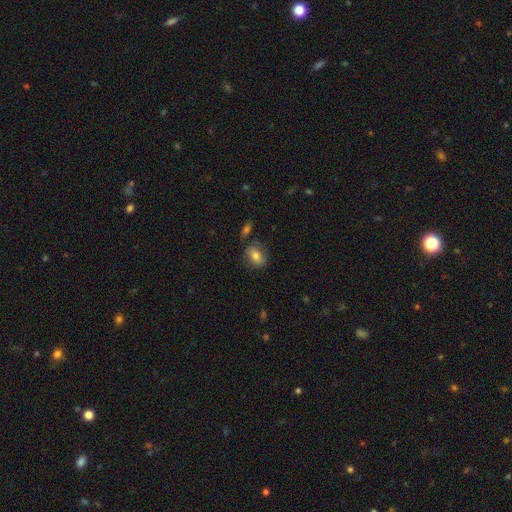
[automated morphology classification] Smooth or featured?
  - smooth: 72% *
  - featured or disk: 19%
  - star or artifact: 9%
How rounded?
  - in between: 66% *
  - round: 31%
  - cigar-shaped: 2%
Merging?
  - none: 74% *
  - minor disturbance: 15%
  - merger: 6%
  - major disturbance: 4%